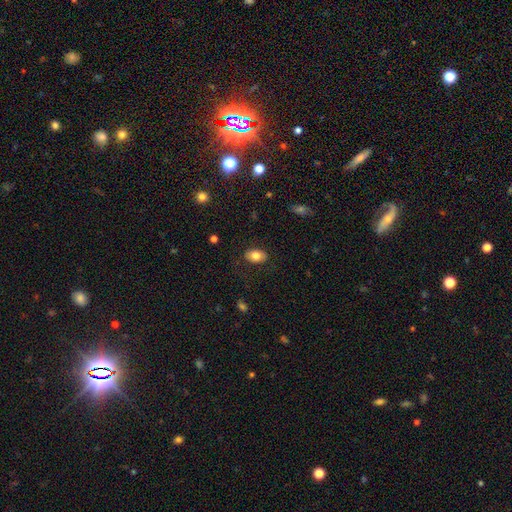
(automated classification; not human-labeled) The model was most divided on "smooth or featured": smooth: 79%, featured or disk: 13%, star or artifact: 8%. More confident: how rounded — in between (86%); merging — none (82%).